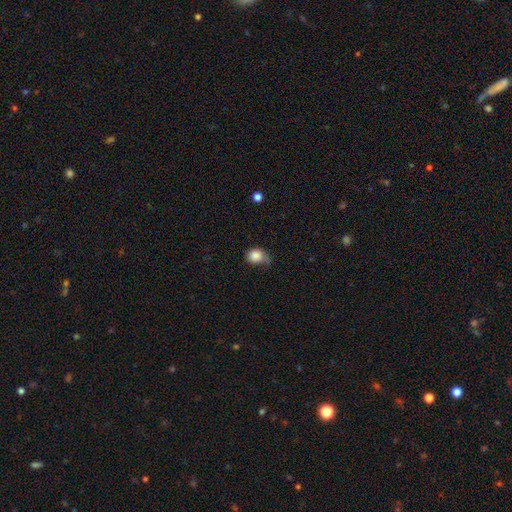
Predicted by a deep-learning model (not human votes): smooth 84%, featured or disk 8%, star or artifact 8%. Down the decision tree: how rounded — round (65%); merging — minor disturbance (38%).